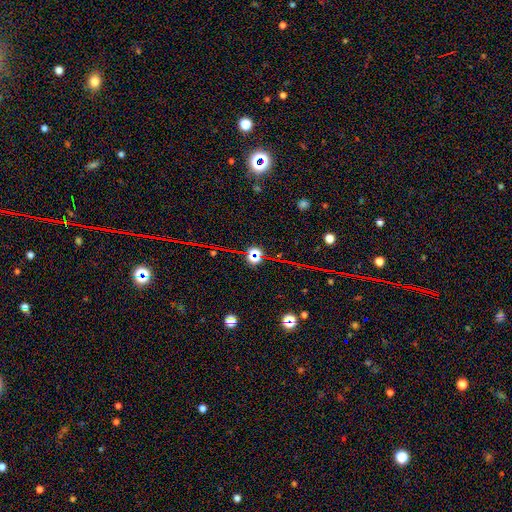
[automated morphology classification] Overall: star or artifact (70%).